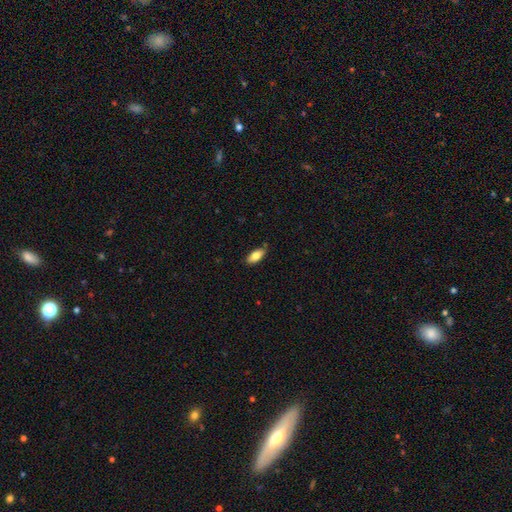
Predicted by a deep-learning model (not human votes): Overall: smooth (80%). How rounded: in between (87%). Merging: none (84%).